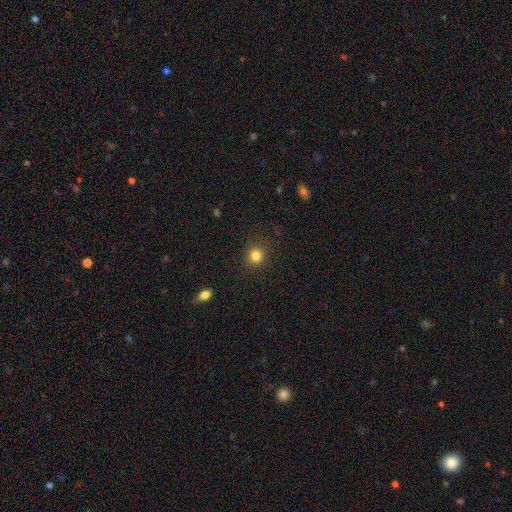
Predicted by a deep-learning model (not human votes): A smooth galaxy with no disk features (83%) that is round (86%). Merging: none (88%).